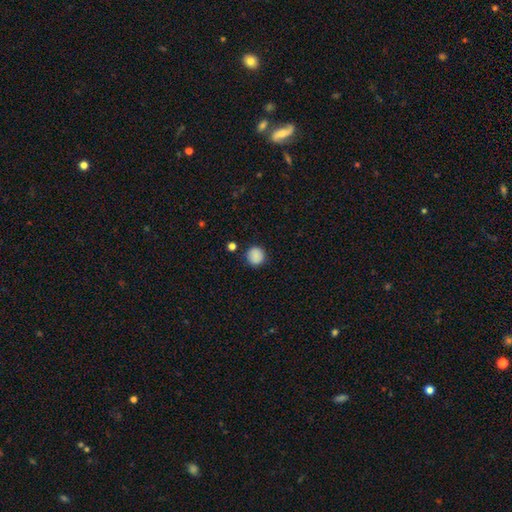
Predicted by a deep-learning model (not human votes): Smooth or featured: smooth — 87% (star or artifact — 9%)
How rounded: round — 91% (in between — 8%)
Merging: none — 85% (minor disturbance — 9%)